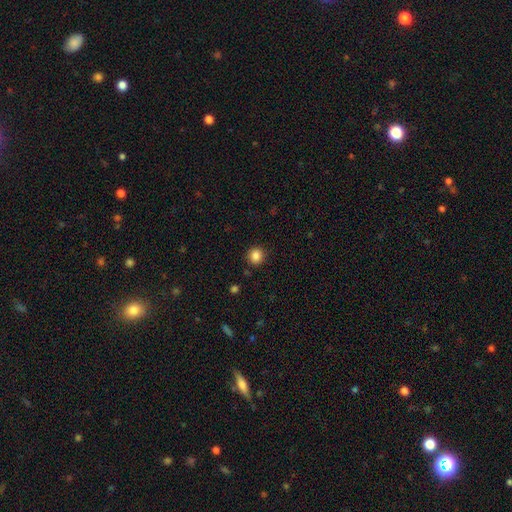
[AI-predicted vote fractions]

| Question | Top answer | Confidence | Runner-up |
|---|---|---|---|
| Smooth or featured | smooth | 86% | star or artifact (11%) |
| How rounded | round | 90% | in between (9%) |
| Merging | none | 90% | minor disturbance (6%) |